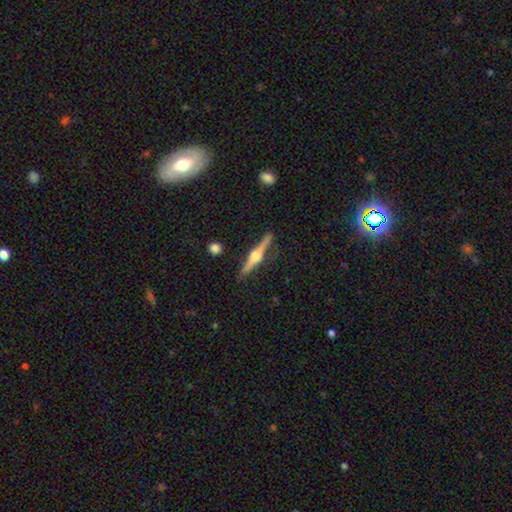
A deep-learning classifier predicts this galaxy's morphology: A featured or disk galaxy (79%) viewed edge-on (98%) with a rounded central bulge (94%).

Vote fractions:
- Smooth or featured? featured or disk: 79% / smooth: 15% / star or artifact: 6%
- Edge-on disk? yes: 98% / no: 2%
- Edge-on bulge? rounded: 94% / boxy: 4% / none: 2%
- Merging? none: 89% / minor disturbance: 8% / major disturbance: 2% / merger: 2%